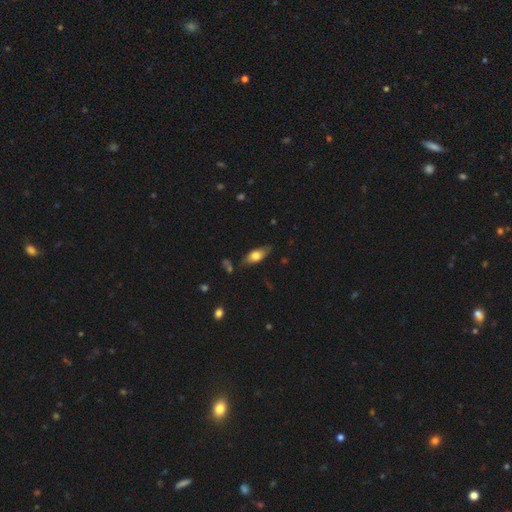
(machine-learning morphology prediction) smooth_or_featured: smooth (p=0.68) [alt: featured or disk p=0.25]
how_rounded: in between (p=0.79) [alt: cigar-shaped p=0.17]
merging: none (p=0.74) [alt: minor disturbance p=0.19]